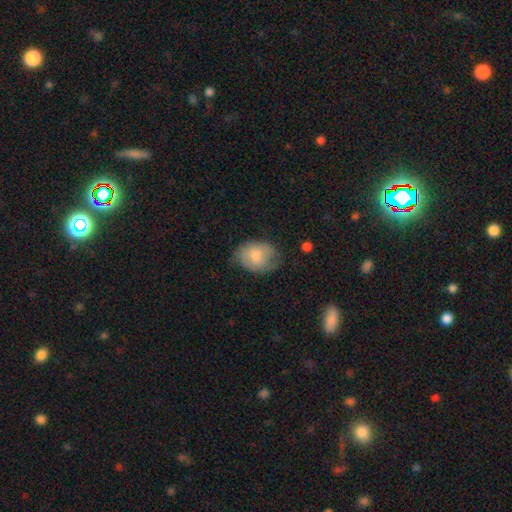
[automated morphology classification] Q: Smooth or featured?
A: smooth (72%); runner-up: featured or disk (21%)
Q: How rounded?
A: in between (69%); runner-up: round (30%)
Q: Merging?
A: none (54%); runner-up: minor disturbance (33%)